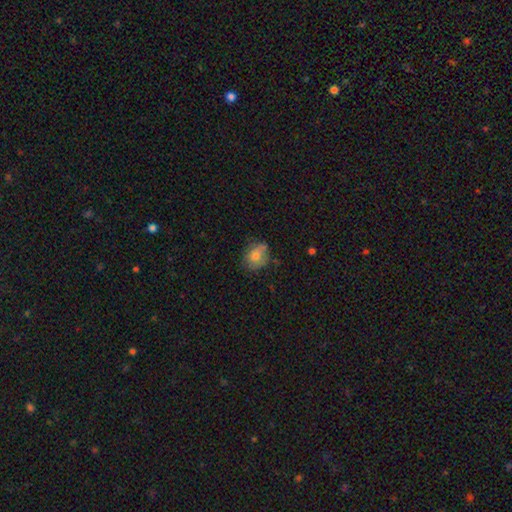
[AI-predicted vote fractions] smooth-or-featured: smooth: 72% | featured or disk: 19% | star or artifact: 9%
  how-rounded: round: 50% | in between: 49% | cigar-shaped: 1%
  merging: none: 59% | minor disturbance: 30% | major disturbance: 8% | merger: 3%